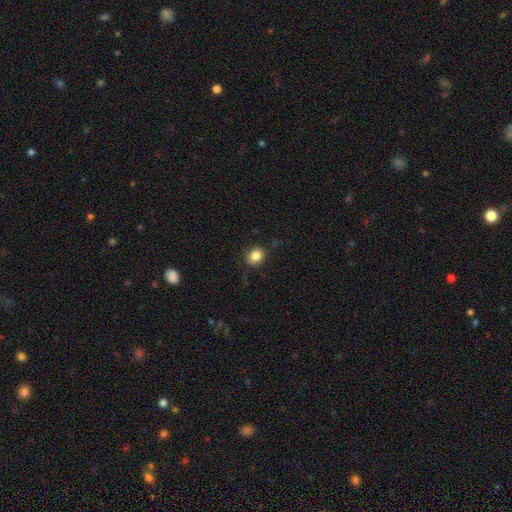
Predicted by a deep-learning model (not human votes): Smooth or featured? Predicted: smooth (p=0.85). How rounded? Predicted: round (p=0.62). Merging? Predicted: none (p=0.81).